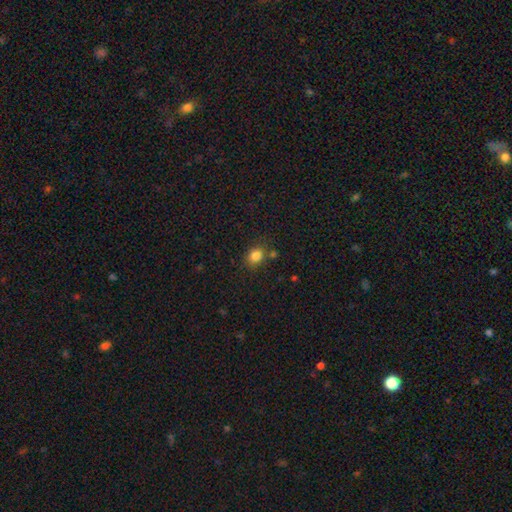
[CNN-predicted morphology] The model was most divided on "how rounded": round: 54%, in between: 45%, cigar-shaped: 1%. More confident: smooth or featured — smooth (83%); merging — none (73%).